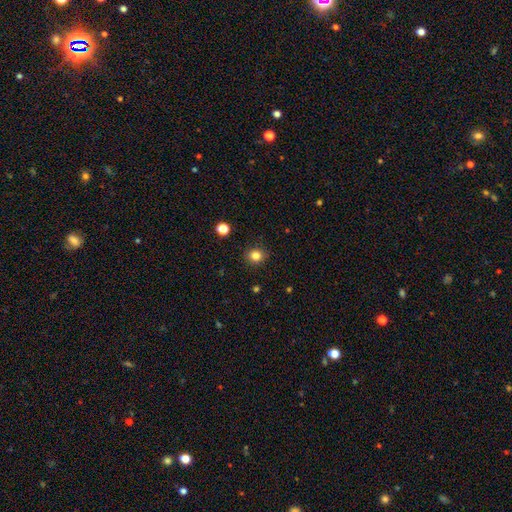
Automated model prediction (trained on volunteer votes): Smooth or featured? smooth (82%)
How rounded? round (84%)
Merging? none (89%)